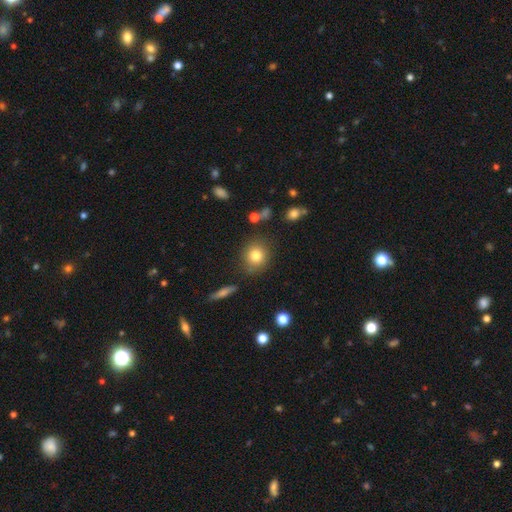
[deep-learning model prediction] Smooth or featured: smooth — 80% (star or artifact — 11%)
How rounded: round — 84% (in between — 15%)
Merging: none — 82% (minor disturbance — 11%)